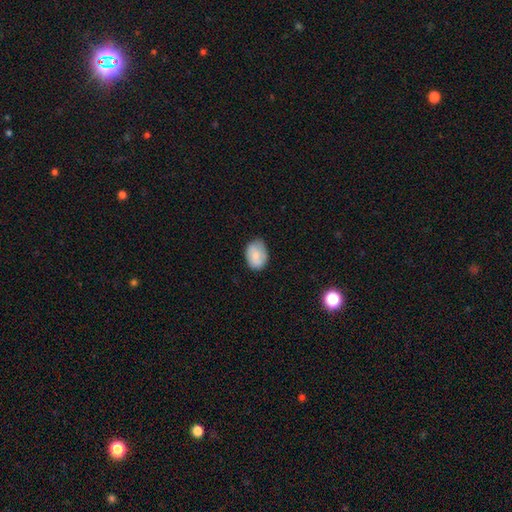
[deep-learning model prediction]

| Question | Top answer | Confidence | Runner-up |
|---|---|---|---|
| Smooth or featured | smooth | 79% | featured or disk (14%) |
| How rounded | in between | 78% | round (21%) |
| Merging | none | 71% | minor disturbance (24%) |